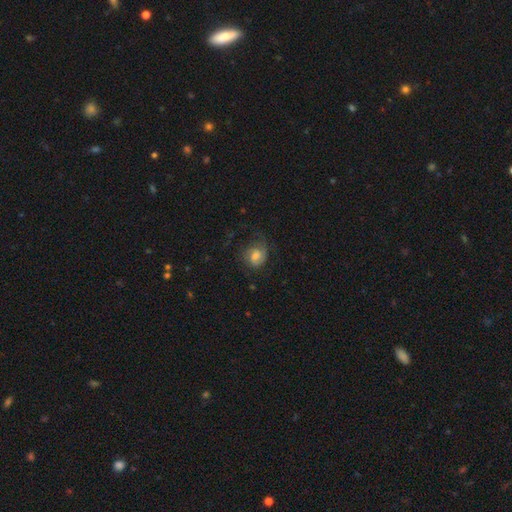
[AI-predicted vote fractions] A smooth galaxy with no disk features (51%) that is round (61%). Merging: none (53%).